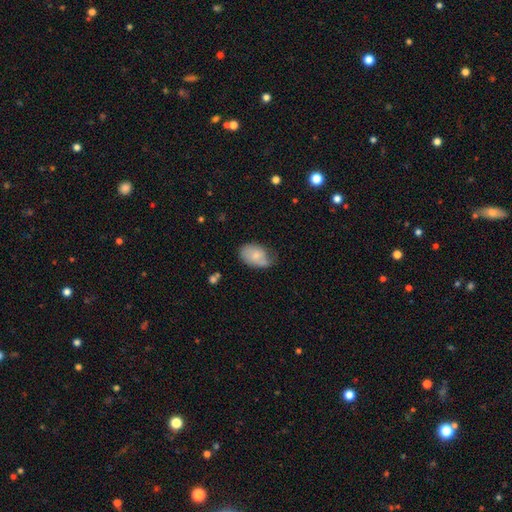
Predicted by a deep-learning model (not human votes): Smooth or featured?
  - smooth: 67% *
  - featured or disk: 26%
  - star or artifact: 7%
How rounded?
  - in between: 86% *
  - round: 13%
  - cigar-shaped: 1%
Merging?
  - none: 44% *
  - minor disturbance: 40%
  - major disturbance: 14%
  - merger: 3%